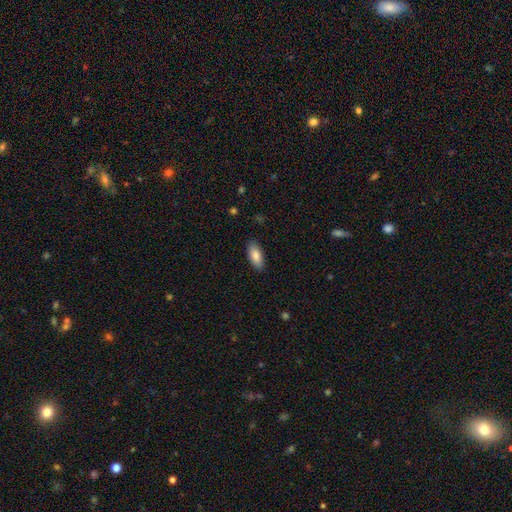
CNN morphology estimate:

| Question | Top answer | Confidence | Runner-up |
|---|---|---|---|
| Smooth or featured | smooth | 85% | featured or disk (9%) |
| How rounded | in between | 85% | cigar-shaped (13%) |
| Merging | none | 88% | minor disturbance (9%) |